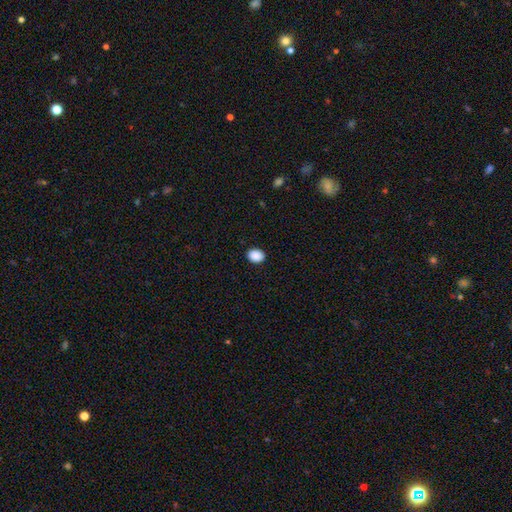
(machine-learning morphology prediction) Q: Smooth or featured?
A: smooth (90%); runner-up: star or artifact (8%)
Q: How rounded?
A: in between (58%); runner-up: round (41%)
Q: Merging?
A: none (90%); runner-up: minor disturbance (7%)